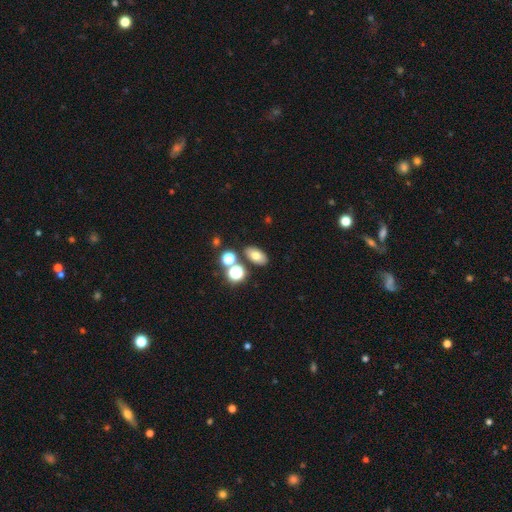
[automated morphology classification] This is likely a smooth galaxy (71%). How rounded: clearly in between (84%). Merging: likely none (77%).